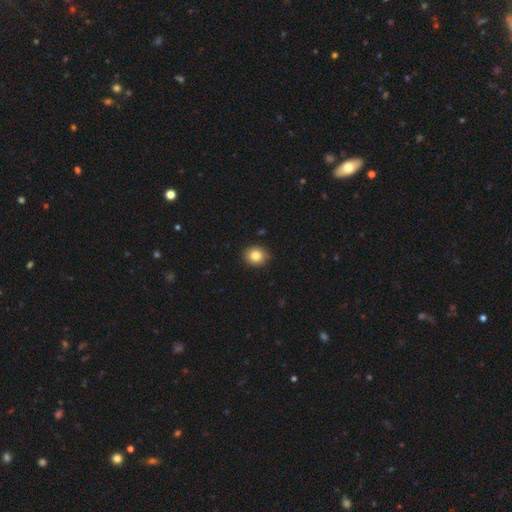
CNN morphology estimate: type=smooth (83%); roundness=round (76%); merging=none (90%).